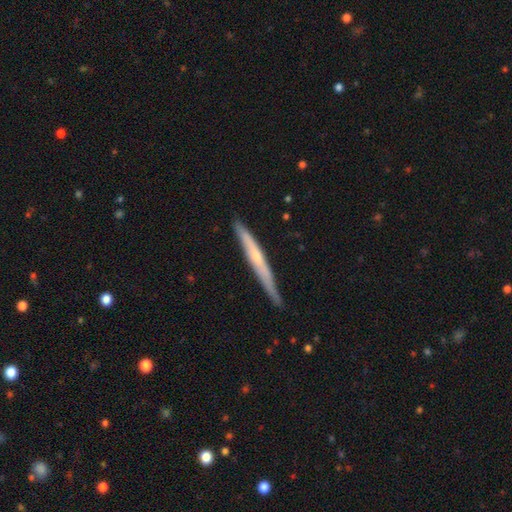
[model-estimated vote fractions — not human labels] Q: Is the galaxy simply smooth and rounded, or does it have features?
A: featured or disk — 59%.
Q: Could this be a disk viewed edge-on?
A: yes — 94%.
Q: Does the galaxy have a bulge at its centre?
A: rounded — 50%.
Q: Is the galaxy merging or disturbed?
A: none — 81%.